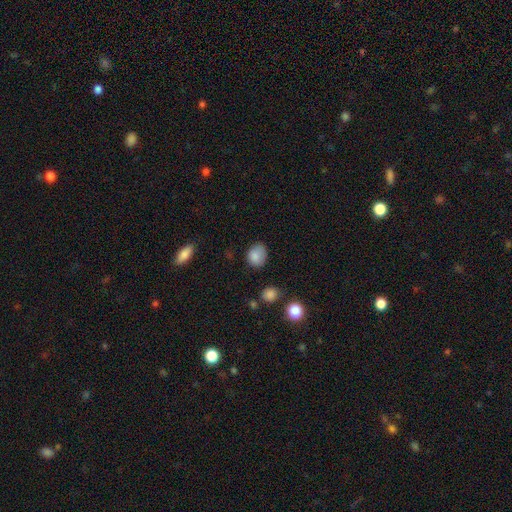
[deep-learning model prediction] Overall: smooth (84%). How rounded: round (51%; in between 48%). Merging: none (64%; minor disturbance 27%).